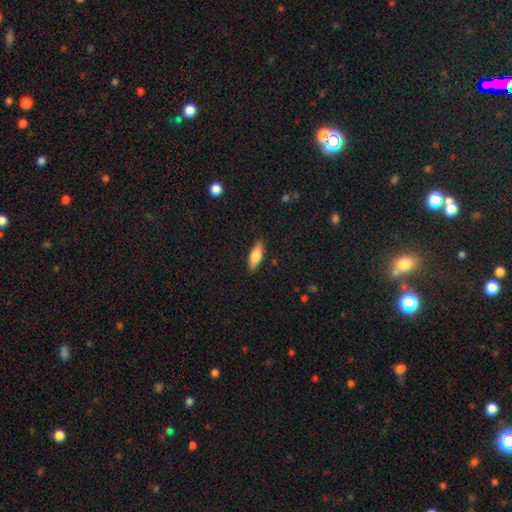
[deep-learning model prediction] smooth 74%, featured or disk 20%, star or artifact 6%. Down the decision tree: how rounded — in between (62%); merging — none (87%).